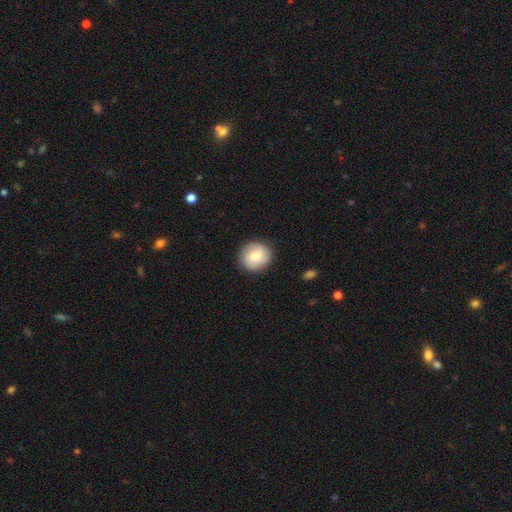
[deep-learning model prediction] Smooth or featured: smooth — 75% (featured or disk — 18%)
How rounded: round — 89% (in between — 10%)
Merging: none — 89% (minor disturbance — 8%)